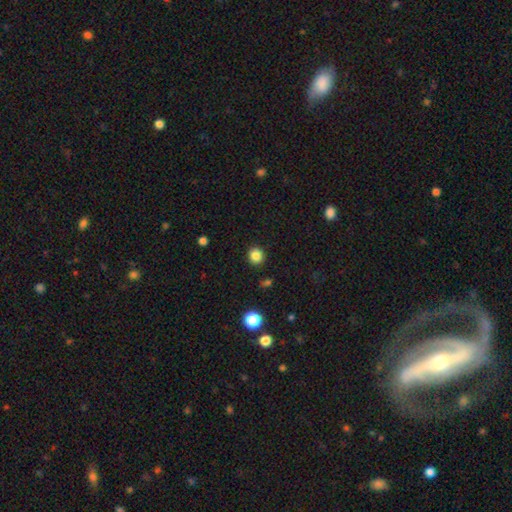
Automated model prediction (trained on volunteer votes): smooth_or_featured: smooth (p=0.85) [alt: star or artifact p=0.11]
how_rounded: round (p=0.90) [alt: in between p=0.09]
merging: none (p=0.91) [alt: minor disturbance p=0.06]